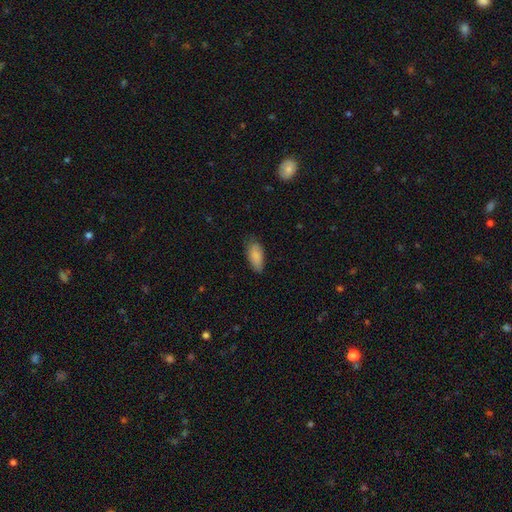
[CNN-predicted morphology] Smooth or featured? smooth (87%)
How rounded? in between (87%)
Merging? none (70%)